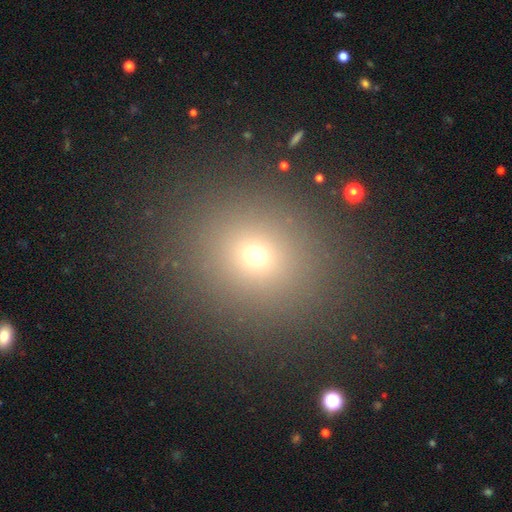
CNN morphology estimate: smooth-or-featured: smooth: 66% | star or artifact: 25% | featured or disk: 9%
  how-rounded: round: 79% | in between: 20% | cigar-shaped: 1%
  merging: none: 89% | minor disturbance: 6% | major disturbance: 3% | merger: 2%